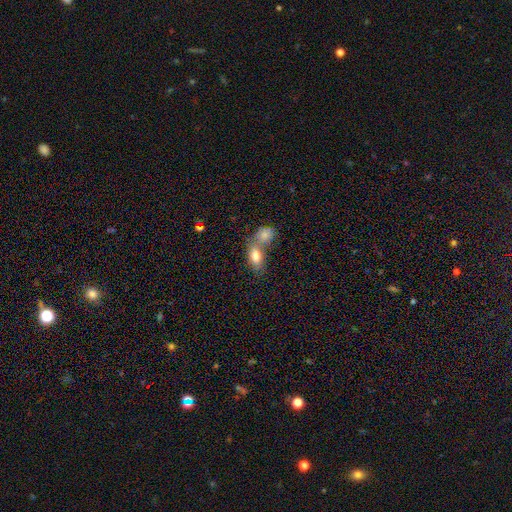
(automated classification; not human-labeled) This is clearly a smooth galaxy (80%). How rounded: clearly in between (87%). Merging: possibly merger (57%).